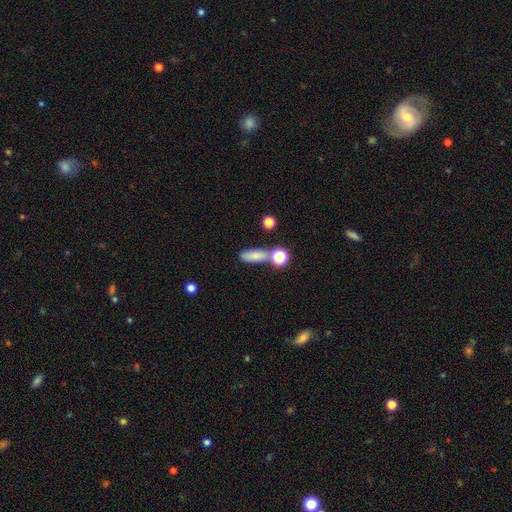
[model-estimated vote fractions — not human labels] A smooth galaxy with no disk features (77%) that is in between round and cigar-shaped (54%). Merging: none (60%).